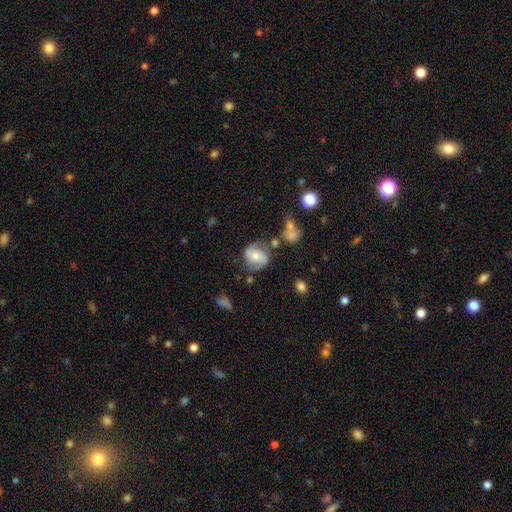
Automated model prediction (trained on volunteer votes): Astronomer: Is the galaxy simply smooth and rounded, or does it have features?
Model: featured or disk — 69%.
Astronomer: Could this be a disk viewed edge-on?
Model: no — 97%.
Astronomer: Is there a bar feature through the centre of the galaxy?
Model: no — 49% (runner-up: weak, 36%).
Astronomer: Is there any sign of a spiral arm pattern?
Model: yes — 90%.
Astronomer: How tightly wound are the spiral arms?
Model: medium — 48% (runner-up: loose, 28%).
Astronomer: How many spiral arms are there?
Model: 2 — 88%.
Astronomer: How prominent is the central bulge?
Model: moderate — 63%.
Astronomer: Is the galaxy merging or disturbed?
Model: none — 65%.